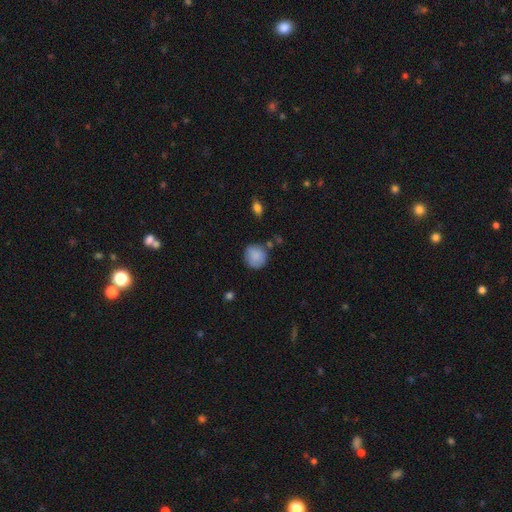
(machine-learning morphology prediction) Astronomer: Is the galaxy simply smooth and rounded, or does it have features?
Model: smooth — 86%.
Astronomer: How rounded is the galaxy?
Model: round — 88%.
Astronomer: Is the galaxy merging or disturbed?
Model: none — 74%.